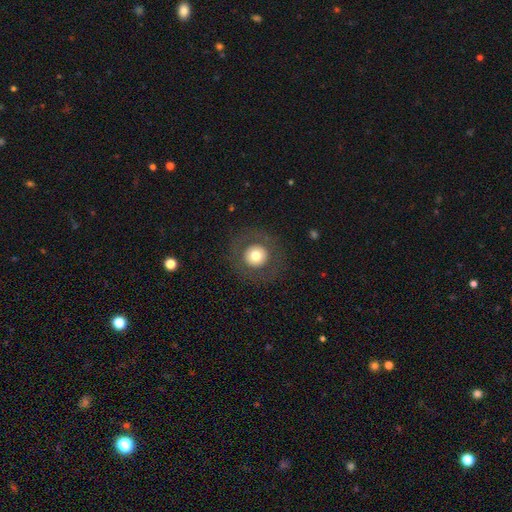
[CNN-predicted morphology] A smooth galaxy with no disk features (65%) that is round (95%).

Vote fractions:
- Smooth or featured? smooth: 65% / featured or disk: 26% / star or artifact: 9%
- How rounded? round: 95% / in between: 4% / cigar-shaped: 1%
- Merging? none: 86% / minor disturbance: 7% / major disturbance: 6% / merger: 1%